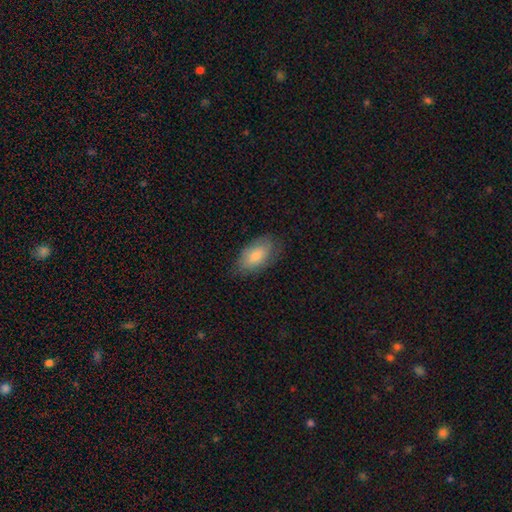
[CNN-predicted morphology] type=smooth (78%); roundness=in between (94%); merging=none (73%).